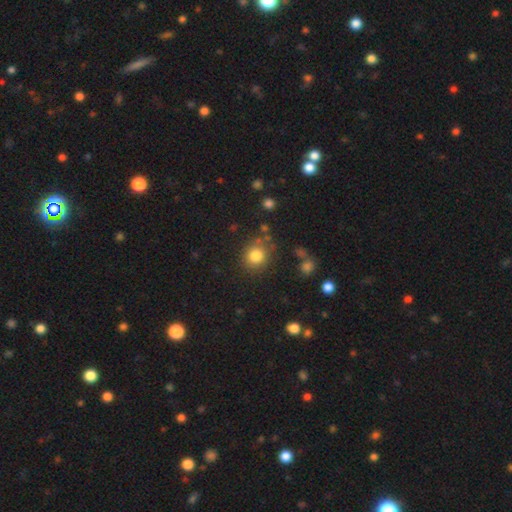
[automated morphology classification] smooth_or_featured: smooth (p=0.82) [alt: star or artifact p=0.11]
how_rounded: round (p=0.85) [alt: in between p=0.14]
merging: none (p=0.78) [alt: minor disturbance p=0.12]